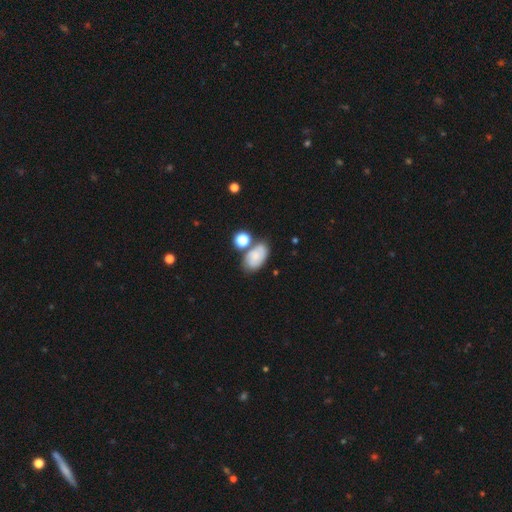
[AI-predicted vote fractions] smooth_or_featured: smooth (p=0.70) [alt: featured or disk p=0.19]
how_rounded: in between (p=0.88) [alt: round p=0.11]
merging: none (p=0.56) [alt: minor disturbance p=0.19]